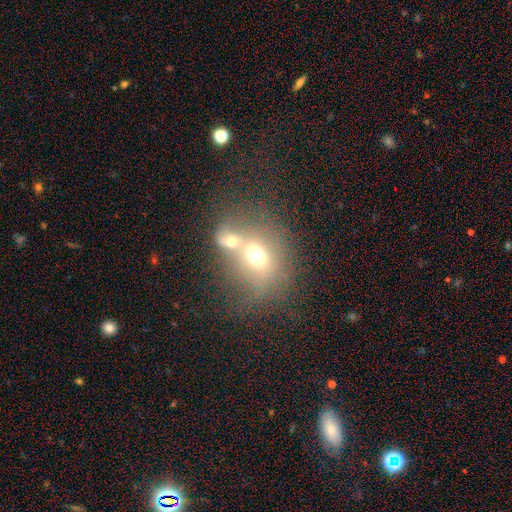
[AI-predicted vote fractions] Morphology: type=smooth (60%); roundness=round (59%); merging=merger (66%).